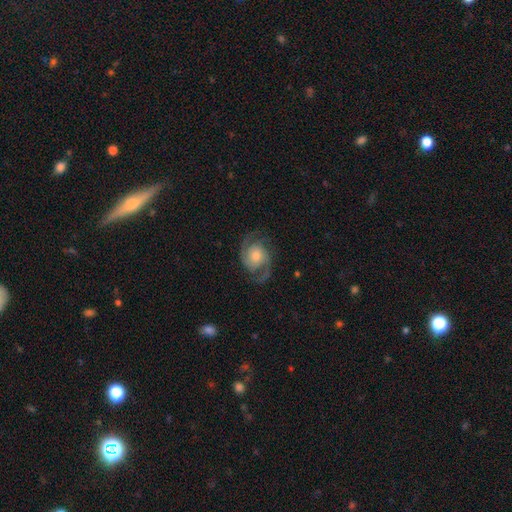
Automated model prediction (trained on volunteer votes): A featured or disk galaxy (88%) with no bar (71%), 2 (92%) medium (55%) spiral arms (98%) and a moderate central bulge (52%). Merging: none (79%).